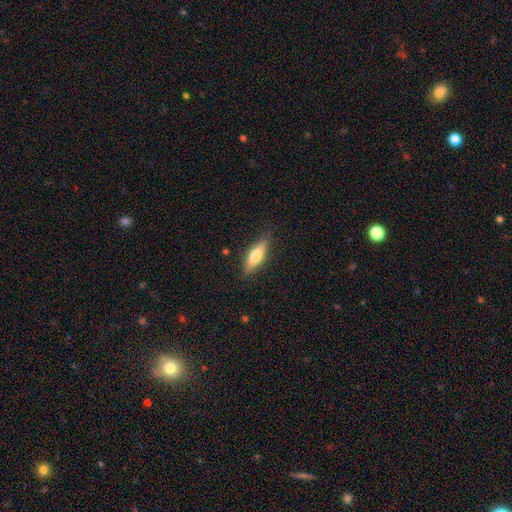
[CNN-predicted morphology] This is possibly a smooth galaxy (58%). How rounded: possibly cigar-shaped (50%). Merging: clearly none (83%).